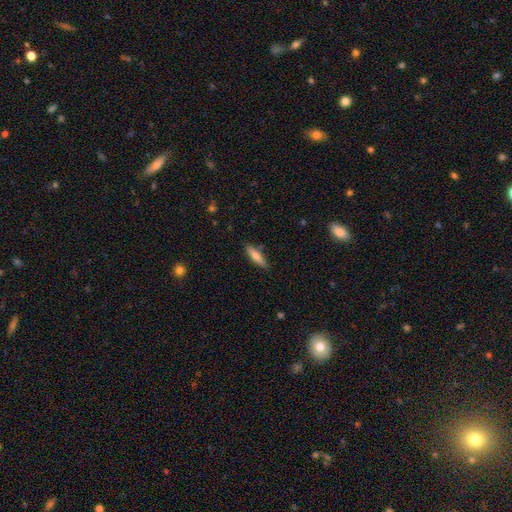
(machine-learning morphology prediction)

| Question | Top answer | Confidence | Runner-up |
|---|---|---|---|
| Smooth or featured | smooth | 69% | featured or disk (25%) |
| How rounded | cigar-shaped | 68% | in between (30%) |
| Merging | none | 83% | minor disturbance (12%) |